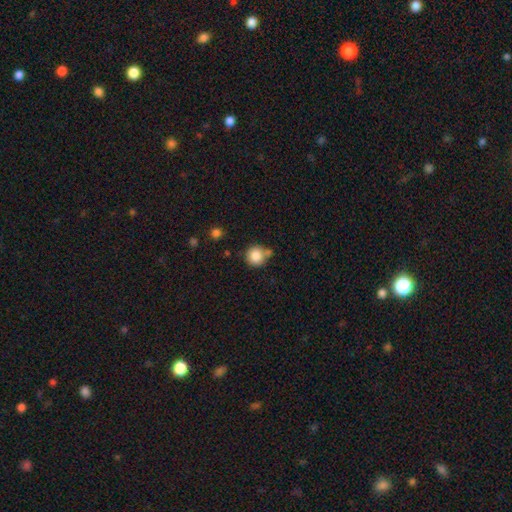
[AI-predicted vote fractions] Q: Smooth or featured?
A: smooth (85%); runner-up: star or artifact (9%)
Q: How rounded?
A: round (93%); runner-up: in between (6%)
Q: Merging?
A: none (67%); runner-up: merger (16%)